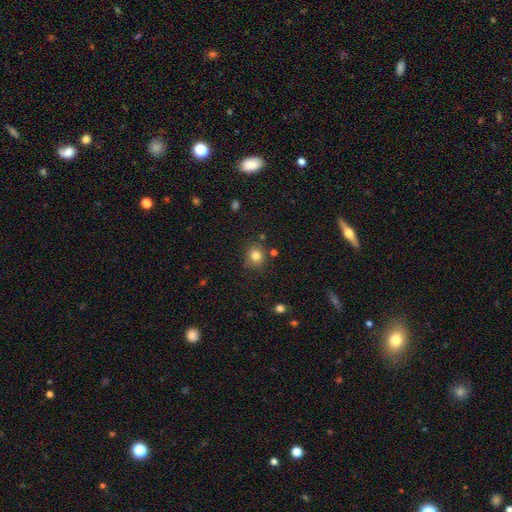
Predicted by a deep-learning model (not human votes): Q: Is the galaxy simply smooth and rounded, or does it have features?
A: smooth — 81%.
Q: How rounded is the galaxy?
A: round — 84%.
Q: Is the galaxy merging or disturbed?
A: none — 81%.